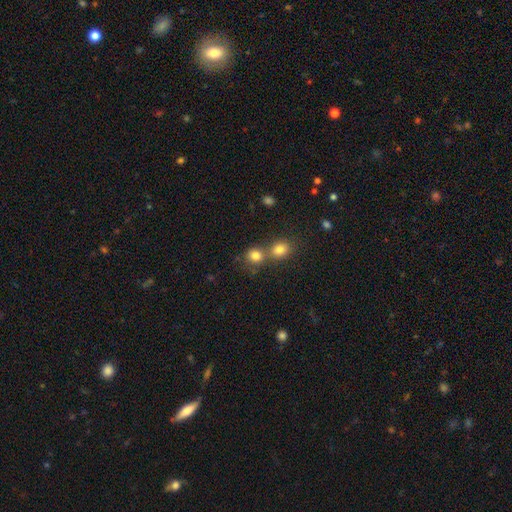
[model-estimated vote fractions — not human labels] The model was most divided on "merging": merger: 46%, none: 43%, minor disturbance: 8%, major disturbance: 3%. More confident: smooth or featured — smooth (80%); how rounded — round (74%).